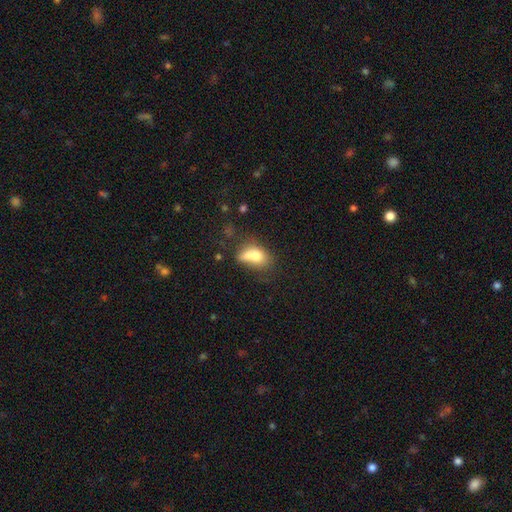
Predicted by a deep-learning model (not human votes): Smooth or featured? Predicted: smooth (p=0.70). How rounded? Predicted: in between (p=0.72). Merging? Predicted: merger (p=0.49).